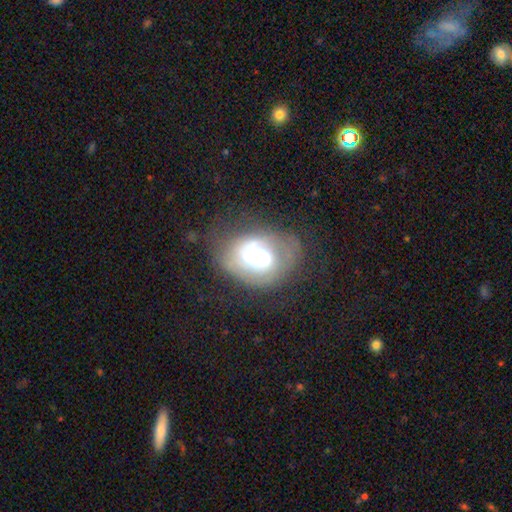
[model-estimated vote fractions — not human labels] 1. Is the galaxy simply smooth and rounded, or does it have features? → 62% featured or disk, 29% smooth, 9% star or artifact.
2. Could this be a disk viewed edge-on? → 97% no, 3% yes.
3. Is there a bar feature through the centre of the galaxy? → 57% no, 32% weak, 11% strong.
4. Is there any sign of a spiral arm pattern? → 72% yes, 28% no.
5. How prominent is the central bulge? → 38% large, 37% moderate, 13% small, 9% dominant, 3% none.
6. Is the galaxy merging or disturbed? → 45% none, 26% minor disturbance, 24% major disturbance, 4% merger.